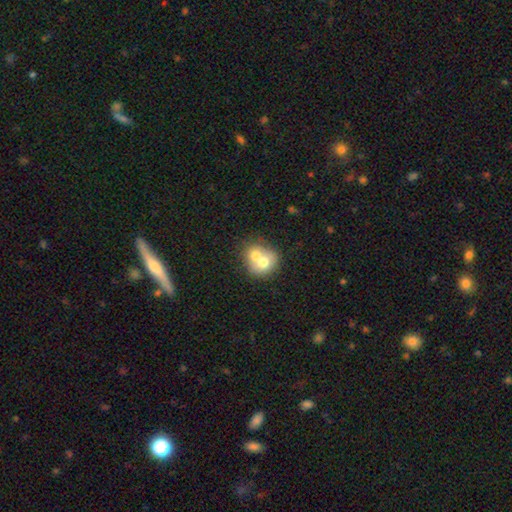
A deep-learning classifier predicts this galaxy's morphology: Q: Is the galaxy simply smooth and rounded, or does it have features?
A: smooth — 65%.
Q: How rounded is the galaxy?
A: round — 71%.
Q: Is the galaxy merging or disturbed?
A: merger — 69%.